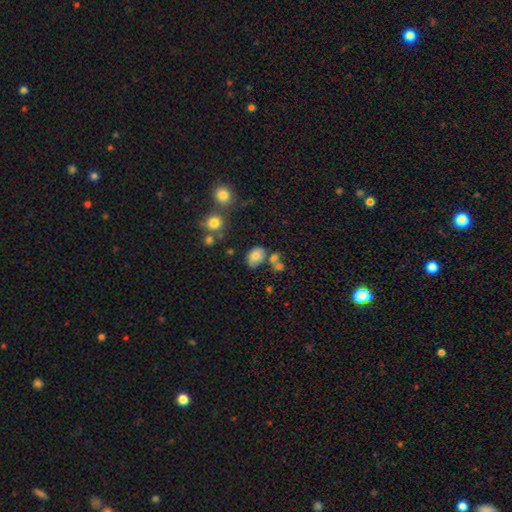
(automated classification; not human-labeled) Q: Smooth or featured?
A: smooth (72%); runner-up: featured or disk (18%)
Q: How rounded?
A: in between (77%); runner-up: round (22%)
Q: Merging?
A: none (49%); runner-up: minor disturbance (23%)